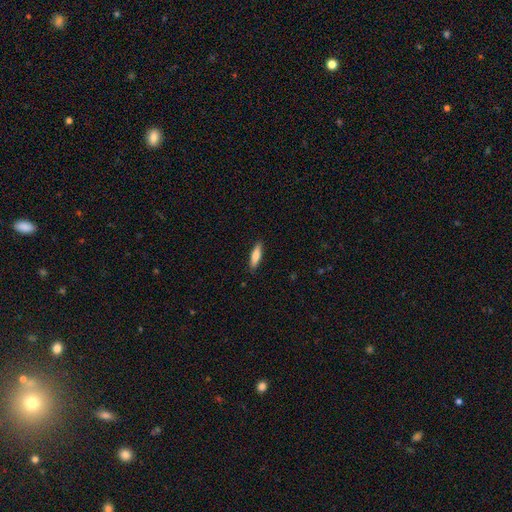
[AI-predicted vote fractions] A smooth galaxy with no disk features (78%) that is cigar-shaped (65%). Merging: none (88%).